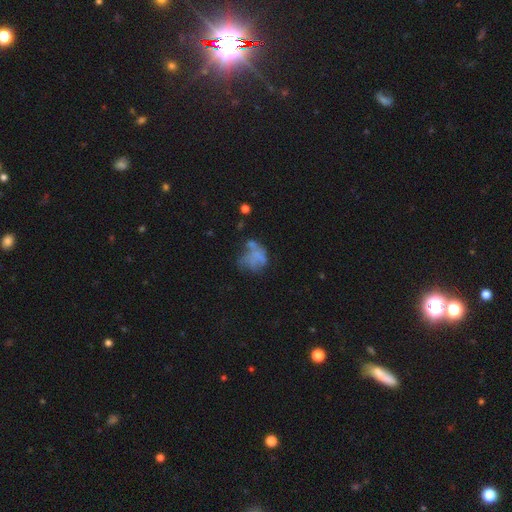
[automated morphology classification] A smooth galaxy with no disk features (47%).

Vote fractions:
- Smooth or featured? smooth: 47% / featured or disk: 38% / star or artifact: 15%
- Merging? major disturbance: 36% / none: 30% / minor disturbance: 22% / merger: 13%